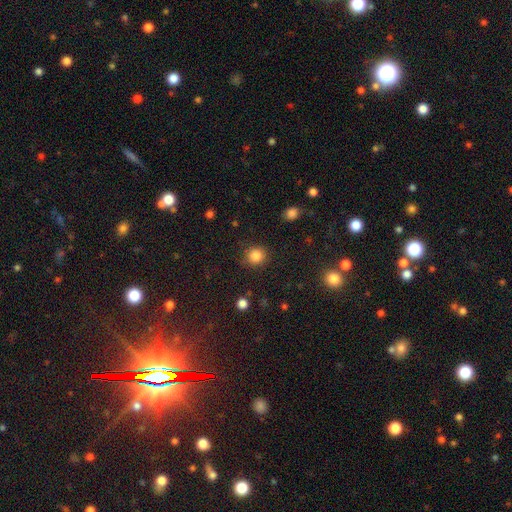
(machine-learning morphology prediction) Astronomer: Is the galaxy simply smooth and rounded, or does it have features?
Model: smooth — 85%.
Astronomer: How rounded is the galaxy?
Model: round — 90%.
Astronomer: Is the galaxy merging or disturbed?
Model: none — 88%.